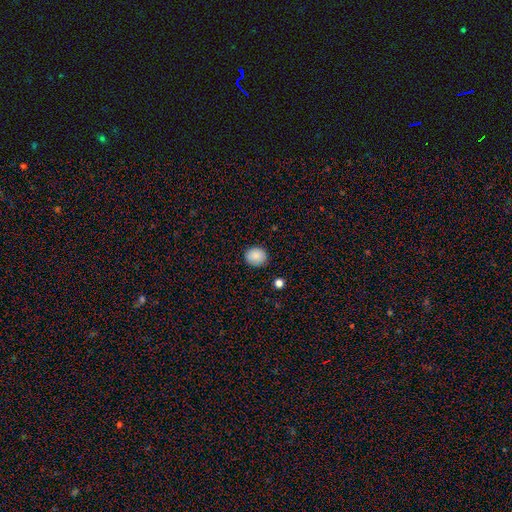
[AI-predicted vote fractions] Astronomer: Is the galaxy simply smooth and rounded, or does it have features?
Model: smooth — 87%.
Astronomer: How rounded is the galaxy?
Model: round — 75%.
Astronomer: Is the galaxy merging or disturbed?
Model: none — 86%.